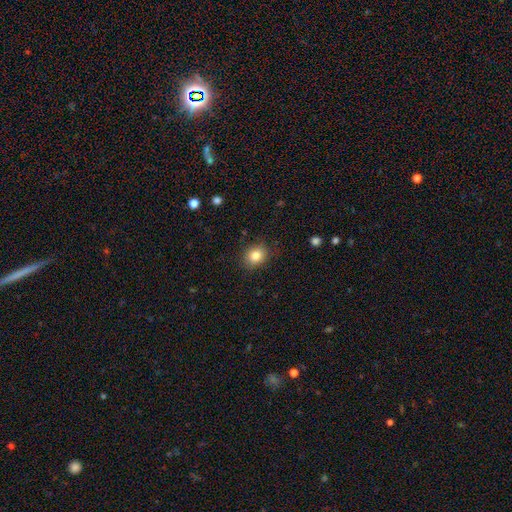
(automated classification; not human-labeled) smooth_or_featured: smooth (p=0.83) [alt: star or artifact p=0.10]
how_rounded: round (p=0.61) [alt: in between p=0.38]
merging: none (p=0.86) [alt: minor disturbance p=0.10]